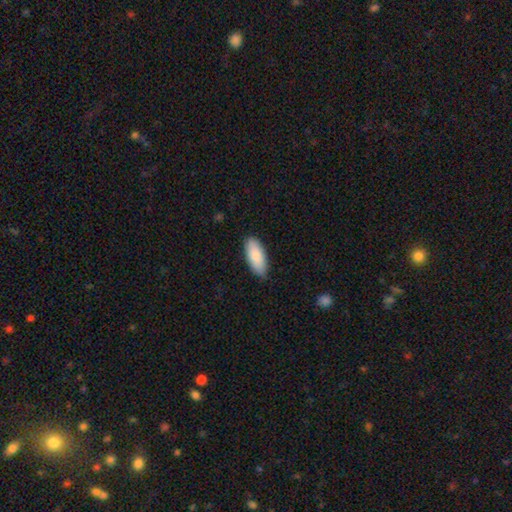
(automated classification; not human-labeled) This appears to be a smooth galaxy with no disk features (84%) that is in between round and cigar-shaped (86%). Merging: none (83%).